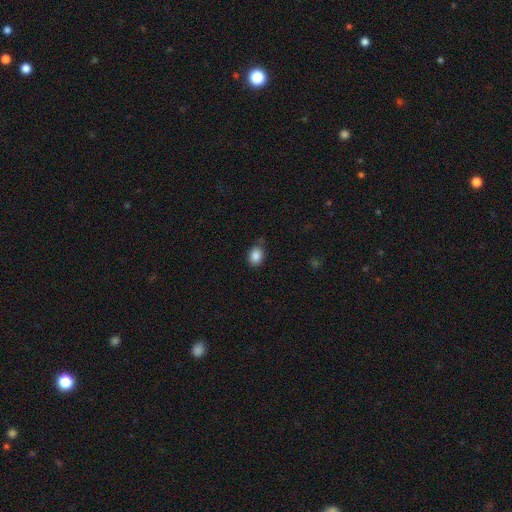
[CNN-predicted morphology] Overall: smooth (87%). How rounded: in between (64%; round 35%). Merging: none (73%).